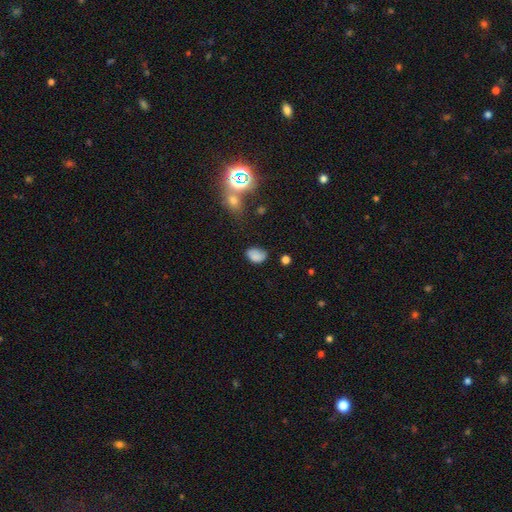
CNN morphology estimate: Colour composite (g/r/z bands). It shows a smooth galaxy with no disk features (80%) that is in between round and cigar-shaped (84%). Merging: none (63%).